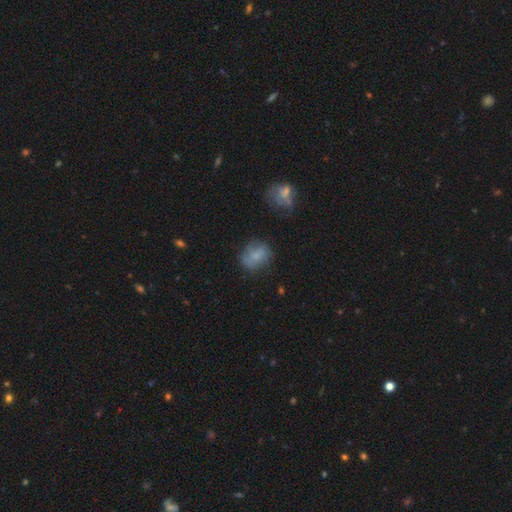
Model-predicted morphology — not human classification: The model was most divided on "how rounded": in between: 51%, round: 47%, cigar-shaped: 1%. More confident: smooth or featured — smooth (65%); merging — none (63%).